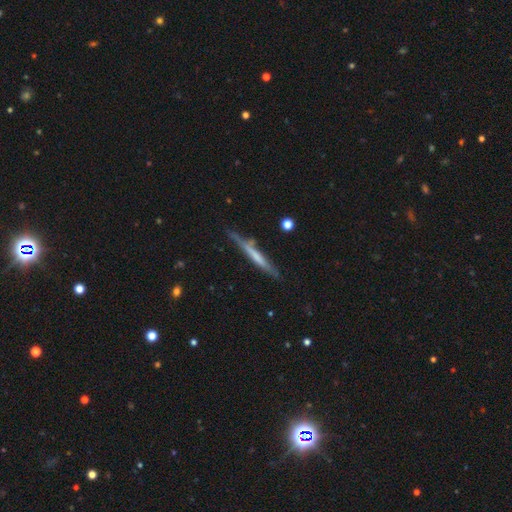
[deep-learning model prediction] This is possibly a featured or disk galaxy (51%). It is clearly viewed edge-on (92%). Merging: likely none (70%).